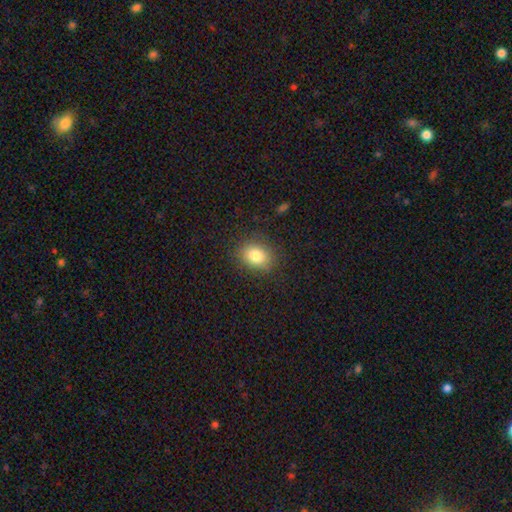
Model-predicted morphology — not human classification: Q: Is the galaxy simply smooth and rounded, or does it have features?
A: smooth — 81%.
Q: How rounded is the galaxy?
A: in between — 55%.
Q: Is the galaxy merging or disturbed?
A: none — 86%.